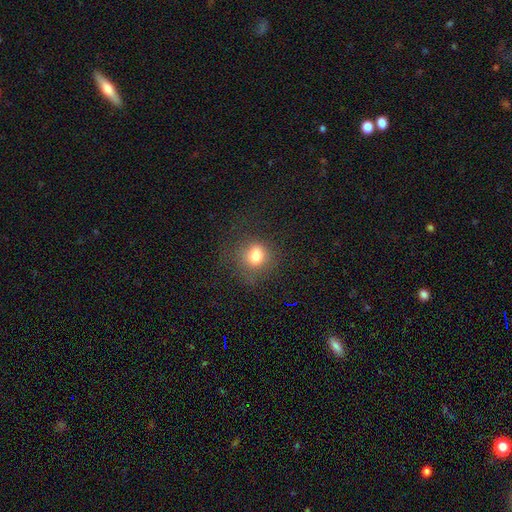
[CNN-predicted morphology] This appears to be a smooth galaxy with no disk features (75%) that is round (61%). Merging: none (64%).